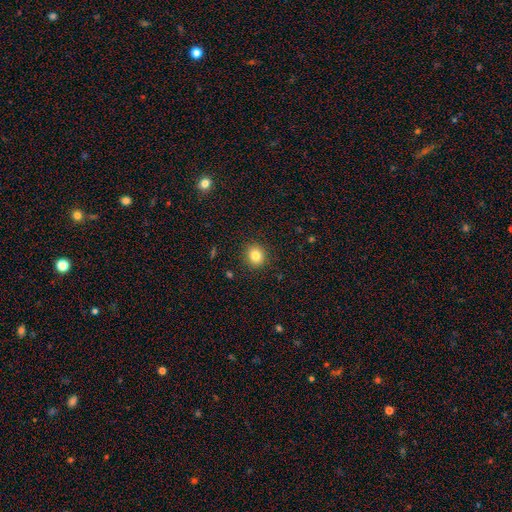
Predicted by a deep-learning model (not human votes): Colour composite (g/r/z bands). It shows a smooth galaxy with no disk features (82%) that is round (82%). Merging: none (90%).